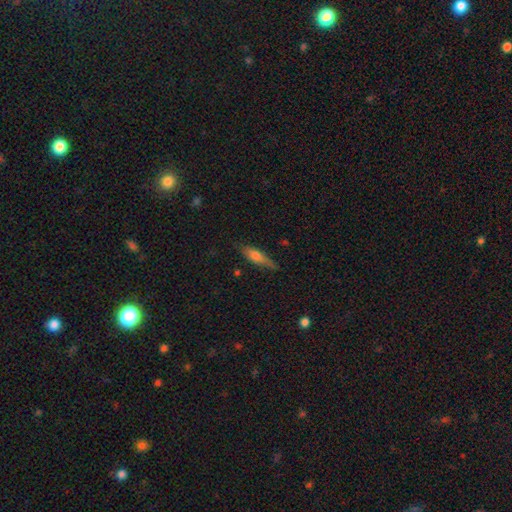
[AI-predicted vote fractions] smooth_or_featured: smooth (p=0.59) [alt: featured or disk p=0.34]
how_rounded: cigar-shaped (p=0.63) [alt: in between p=0.34]
merging: none (p=0.72) [alt: minor disturbance p=0.21]